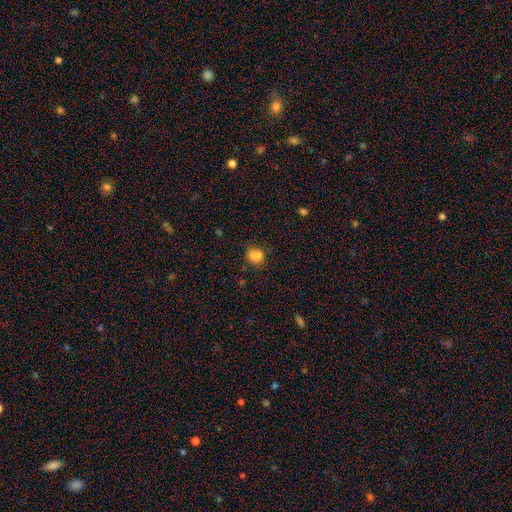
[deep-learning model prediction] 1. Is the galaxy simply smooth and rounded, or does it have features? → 79% smooth, 12% star or artifact, 10% featured or disk.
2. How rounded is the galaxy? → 62% round, 37% in between, 1% cigar-shaped.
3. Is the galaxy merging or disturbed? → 53% none, 25% merger, 16% minor disturbance, 5% major disturbance.